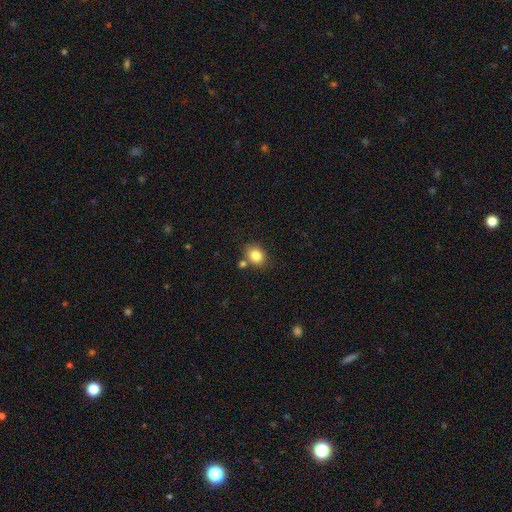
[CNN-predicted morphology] Q: Smooth or featured?
A: smooth (83%); runner-up: star or artifact (10%)
Q: How rounded?
A: round (51%); runner-up: in between (48%)
Q: Merging?
A: none (73%); runner-up: merger (12%)